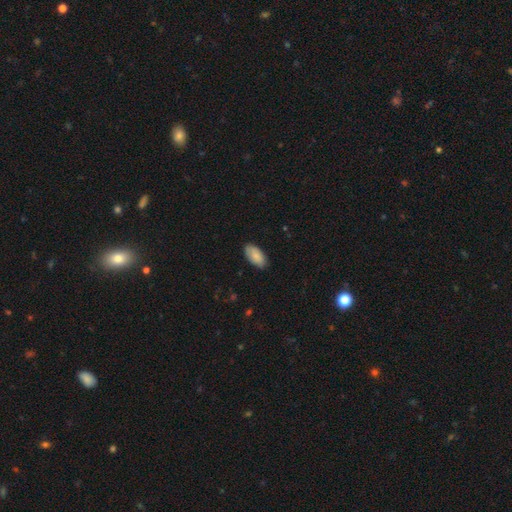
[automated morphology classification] Smooth or featured? smooth (87%)
How rounded? in between (94%)
Merging? none (83%)